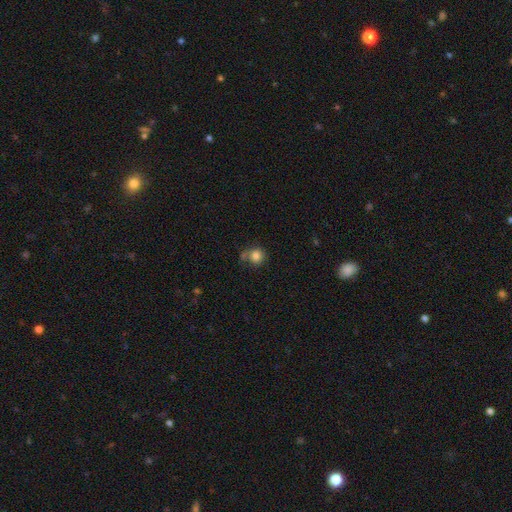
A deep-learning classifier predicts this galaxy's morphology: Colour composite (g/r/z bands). It shows a smooth galaxy with no disk features (83%) that is round (87%). Merging: none (59%).